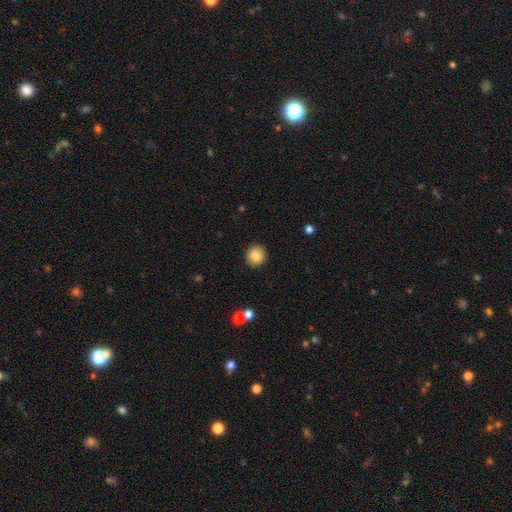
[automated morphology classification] smooth_or_featured: smooth (p=0.85) [alt: star or artifact p=0.09]
how_rounded: round (p=0.92) [alt: in between p=0.07]
merging: none (p=0.91) [alt: minor disturbance p=0.06]